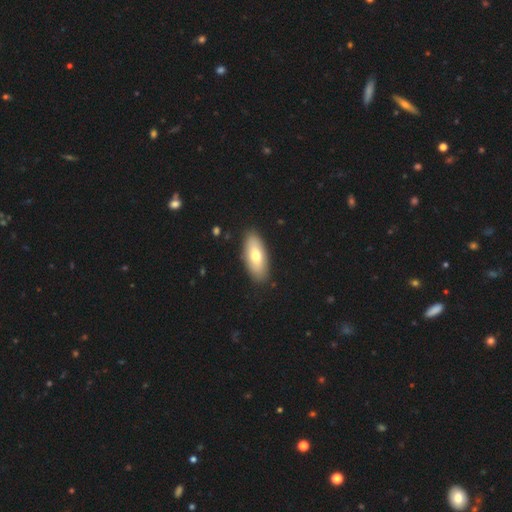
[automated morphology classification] The model was most divided on "smooth or featured": smooth: 70%, featured or disk: 25%, star or artifact: 5%. More confident: merging — none (88%); how rounded — in between (84%).